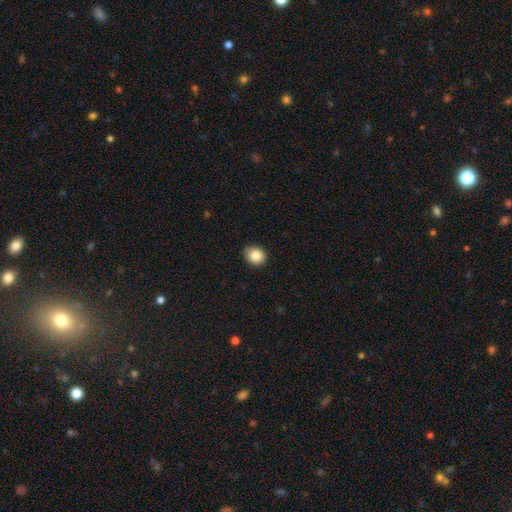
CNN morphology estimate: Smooth or featured?
  - smooth: 85% *
  - star or artifact: 9%
  - featured or disk: 6%
How rounded?
  - round: 69% *
  - in between: 30%
  - cigar-shaped: 1%
Merging?
  - none: 83% *
  - minor disturbance: 14%
  - major disturbance: 2%
  - merger: 1%